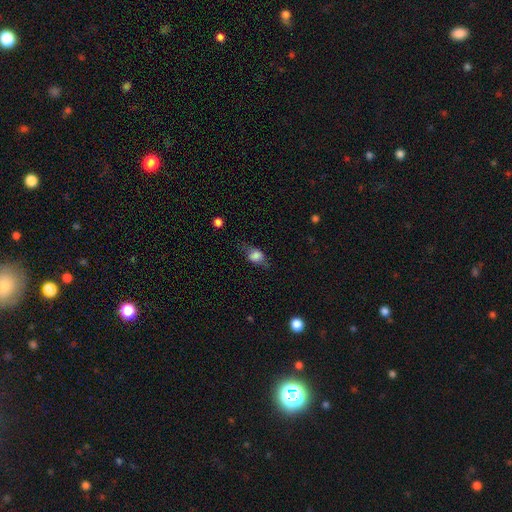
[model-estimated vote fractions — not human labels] Overall: smooth (66%). How rounded: in between (67%). Merging: none (61%; minor disturbance 24%).